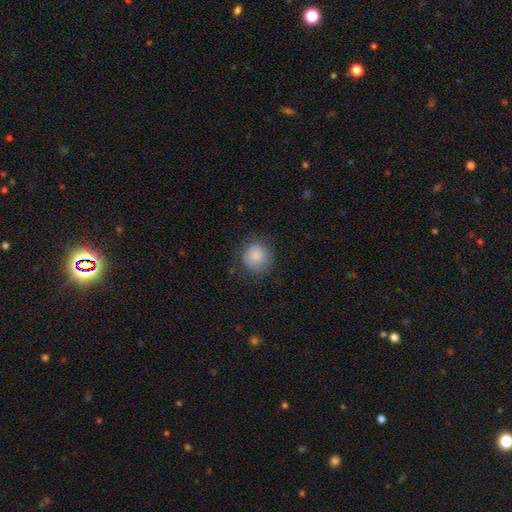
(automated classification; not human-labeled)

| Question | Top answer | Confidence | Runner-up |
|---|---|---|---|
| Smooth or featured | smooth | 83% | featured or disk (9%) |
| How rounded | round | 90% | in between (10%) |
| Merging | none | 75% | minor disturbance (17%) |